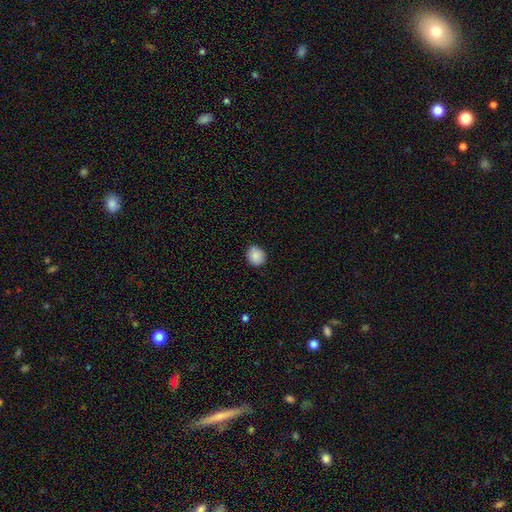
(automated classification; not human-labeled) The model was most divided on "how rounded": round: 77%, in between: 22%, cigar-shaped: 1%. More confident: smooth or featured — smooth (88%); merging — none (88%).